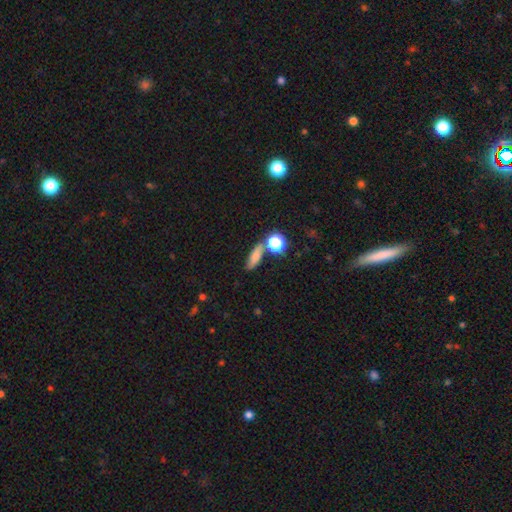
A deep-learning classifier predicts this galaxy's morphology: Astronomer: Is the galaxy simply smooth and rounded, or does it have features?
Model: smooth — 73%.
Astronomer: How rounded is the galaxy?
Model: cigar-shaped — 42%, tied with in between at 42%.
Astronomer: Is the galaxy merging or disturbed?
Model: none — 69%.